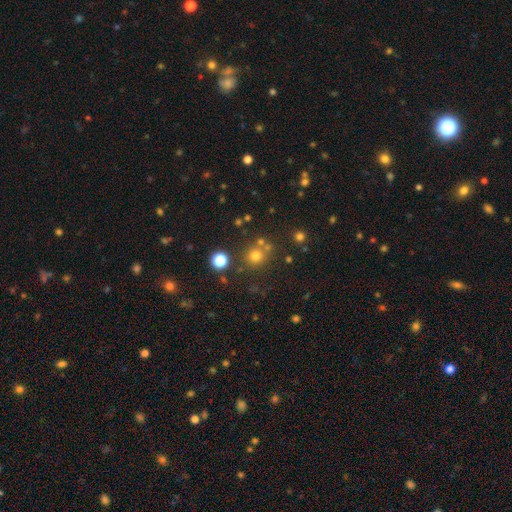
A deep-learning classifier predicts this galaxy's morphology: smooth_or_featured: smooth (p=0.65) [alt: star or artifact p=0.27]
how_rounded: round (p=0.91) [alt: in between p=0.08]
merging: none (p=0.74) [alt: merger p=0.15]